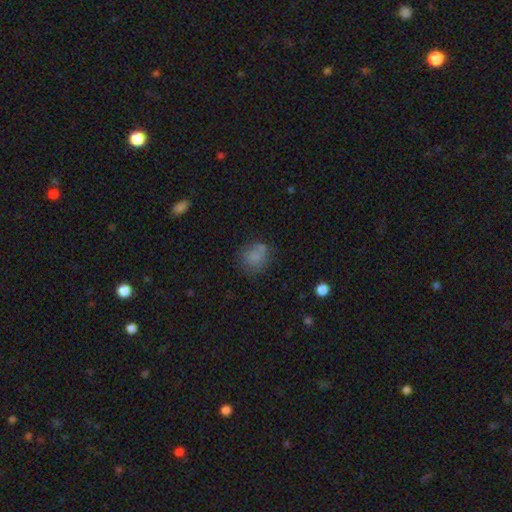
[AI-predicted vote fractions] smooth_or_featured: smooth (p=0.78) [alt: star or artifact p=0.13]
how_rounded: round (p=0.78) [alt: in between p=0.21]
merging: none (p=0.65) [alt: minor disturbance p=0.18]